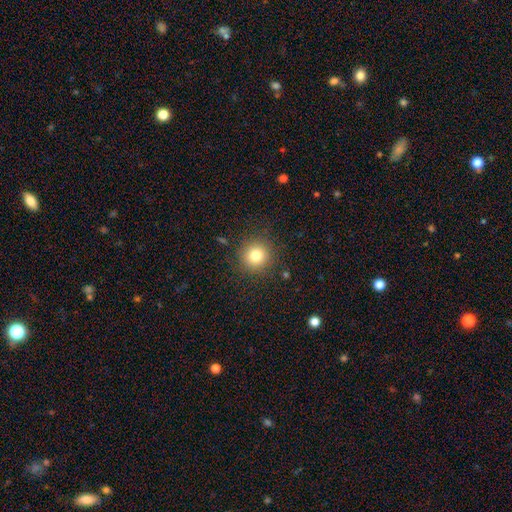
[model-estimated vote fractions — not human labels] The model was most divided on "smooth or featured": smooth: 79%, star or artifact: 13%, featured or disk: 8%. More confident: how rounded — round (94%); merging — none (88%).